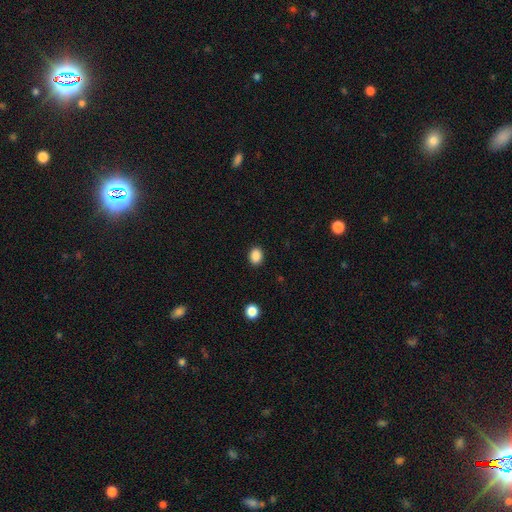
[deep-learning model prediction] The model was most divided on "how rounded": in between: 53%, round: 46%, cigar-shaped: 1%. More confident: merging — none (90%); smooth or featured — smooth (88%).